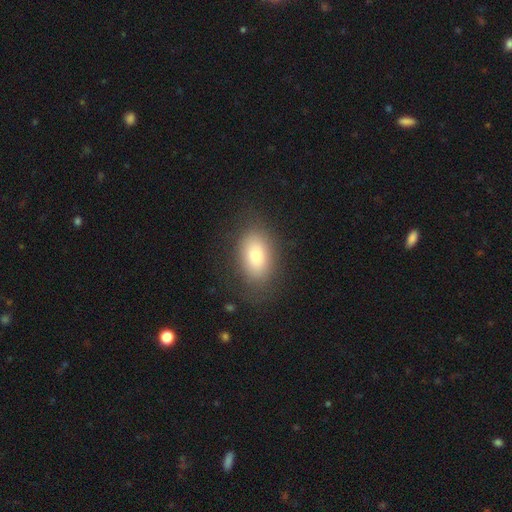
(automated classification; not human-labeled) Smooth or featured? smooth (76%)
How rounded? in between (87%)
Merging? none (79%)